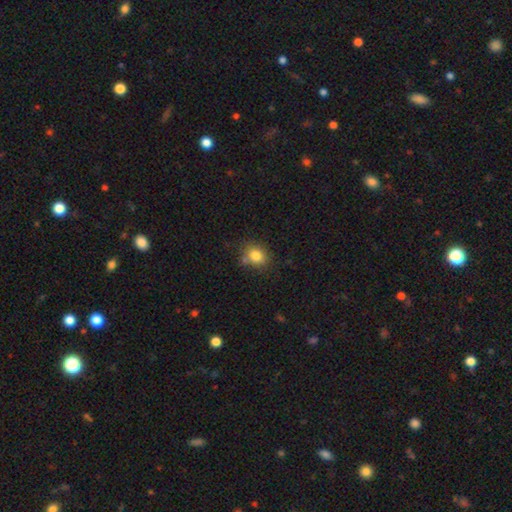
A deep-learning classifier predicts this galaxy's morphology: smooth 82%, star or artifact 10%, featured or disk 7%. Down the decision tree: how rounded — round (62%); merging — none (74%).